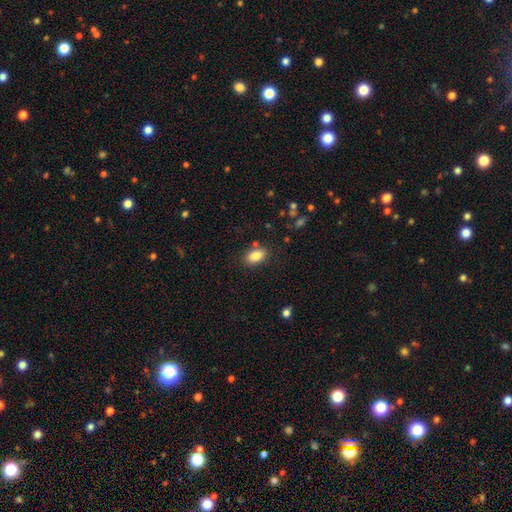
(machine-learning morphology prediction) This appears to be a smooth galaxy with no disk features (85%) that is in between round and cigar-shaped (89%). Merging: none (82%).